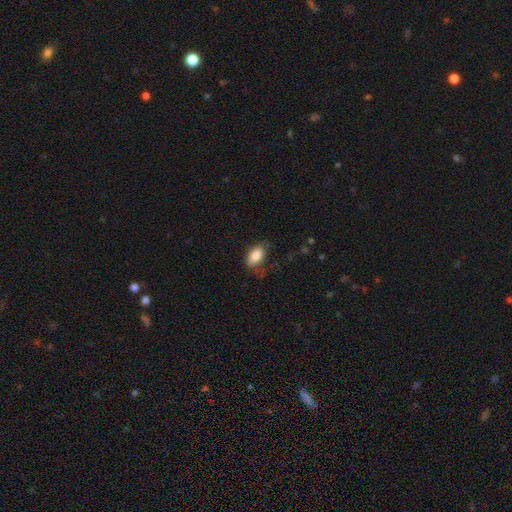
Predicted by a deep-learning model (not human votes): This appears to be a smooth galaxy with no disk features (86%) that is in between round and cigar-shaped (91%). Merging: none (64%).